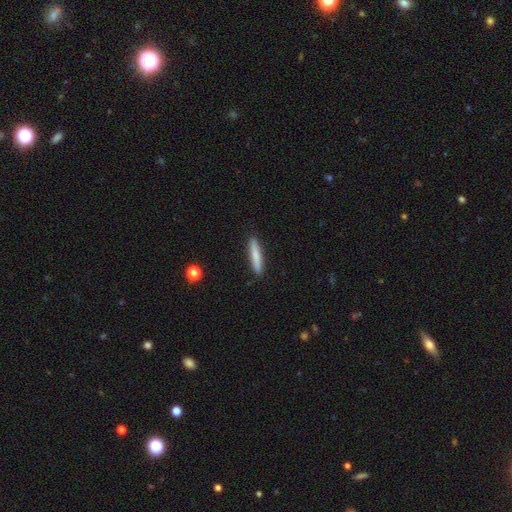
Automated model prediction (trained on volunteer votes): Smooth or featured? Predicted: smooth (p=0.75). How rounded? Predicted: cigar-shaped (p=0.92). Merging? Predicted: none (p=0.91).